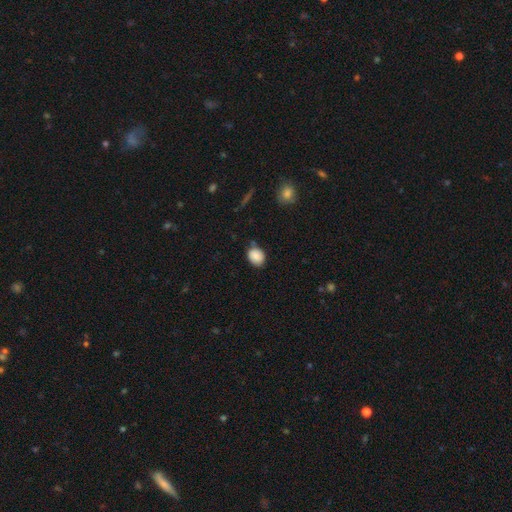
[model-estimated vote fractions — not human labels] Overall: smooth (87%). How rounded: round (53%; in between 46%). Merging: none (77%).